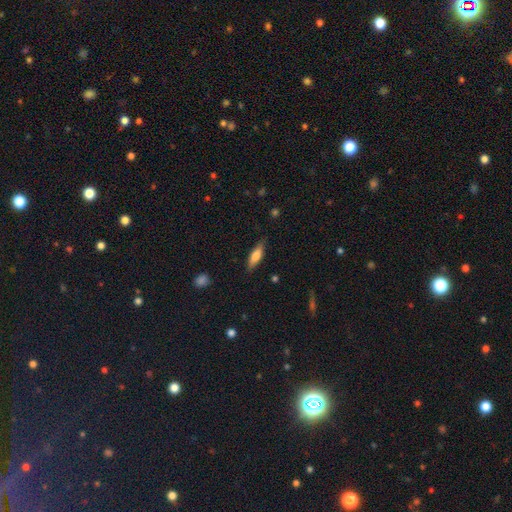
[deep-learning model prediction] smooth-or-featured: smooth: 66% | featured or disk: 28% | star or artifact: 7%
  how-rounded: cigar-shaped: 56% | in between: 42% | round: 2%
  merging: none: 83% | minor disturbance: 13% | major disturbance: 3% | merger: 1%